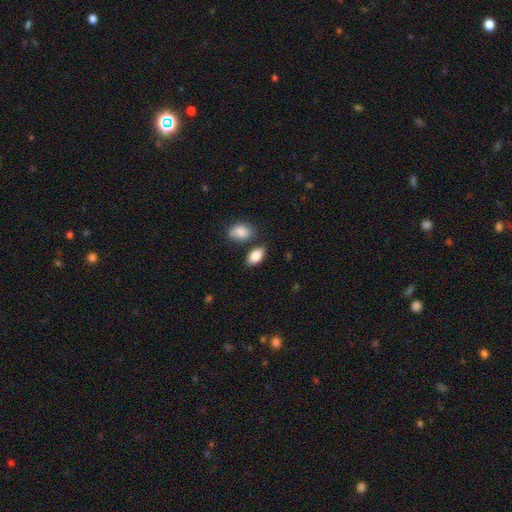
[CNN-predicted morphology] A smooth galaxy with no disk features (87%) that is in between round and cigar-shaped (92%). Merging: none (73%).